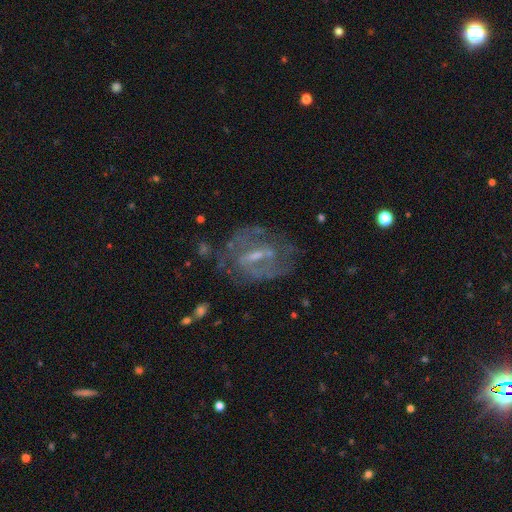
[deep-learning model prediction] Overall: featured or disk (76%). Edge-on disk: no (94%). Bar: weak (47%; strong 34%). Spiral arms: yes (67%; no 33%). Bulge size: small (49%; moderate 30%). Merging: none (62%).